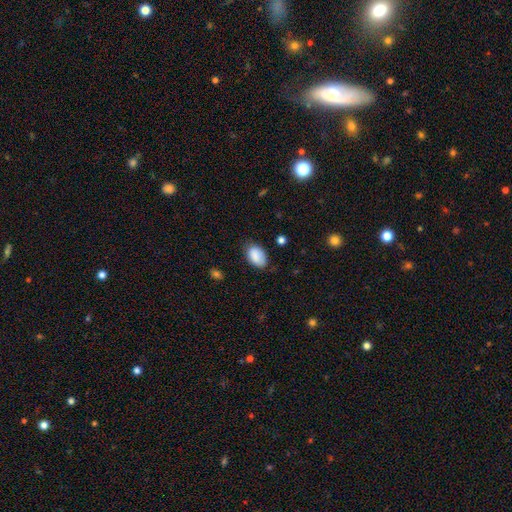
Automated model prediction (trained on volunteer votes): Smooth or featured: smooth — 87% (star or artifact — 7%)
How rounded: in between — 91% (round — 8%)
Merging: none — 72% (minor disturbance — 22%)